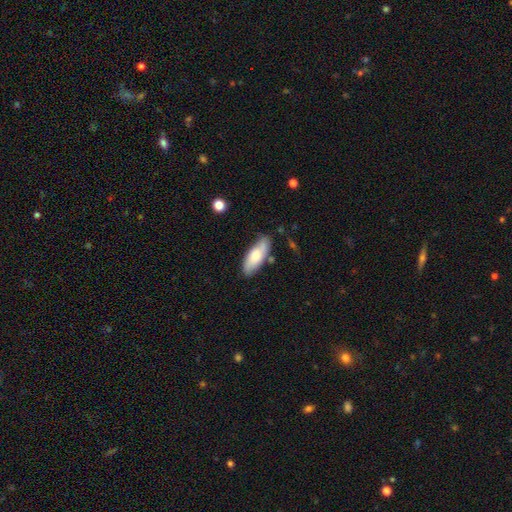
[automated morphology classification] Smooth or featured? Predicted: smooth (p=0.68). How rounded? Predicted: in between (p=0.74). Merging? Predicted: none (p=0.74).